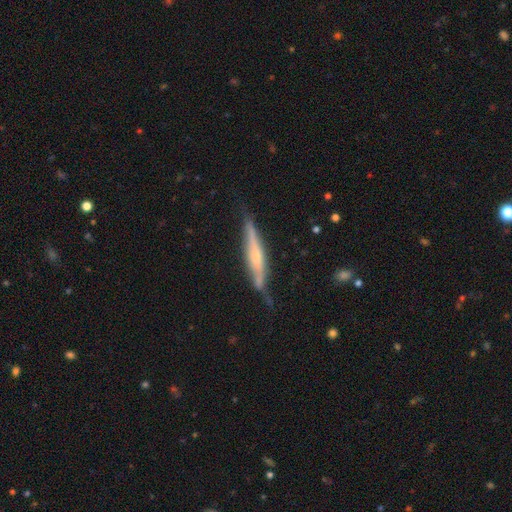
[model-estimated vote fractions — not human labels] This appears to be a featured or disk galaxy (63%) viewed edge-on (93%) with a rounded central bulge (50%). Merging: none (71%).